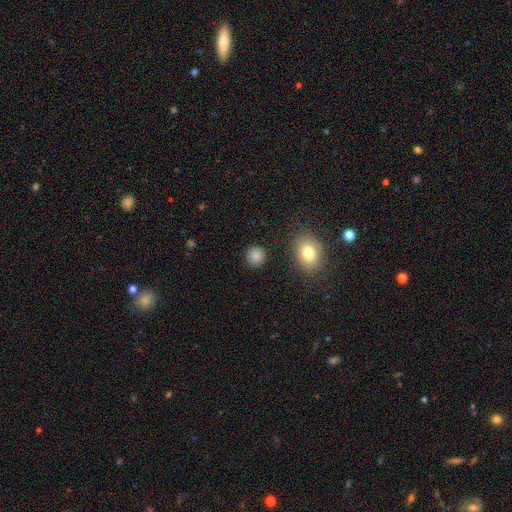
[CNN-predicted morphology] type=smooth (85%); roundness=round (89%); merging=none (89%).